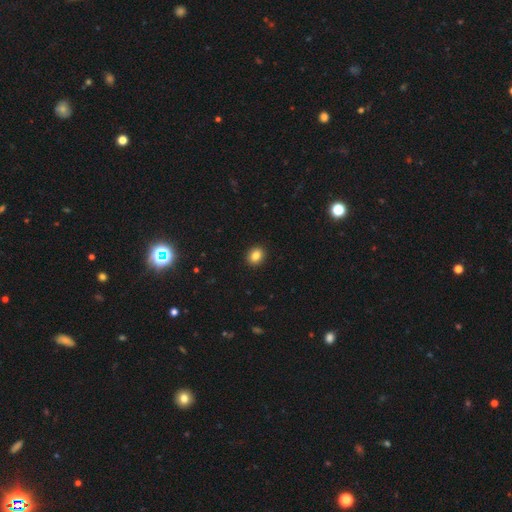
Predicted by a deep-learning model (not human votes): Morphology: type=smooth (85%); roundness=round (60%); merging=none (92%).